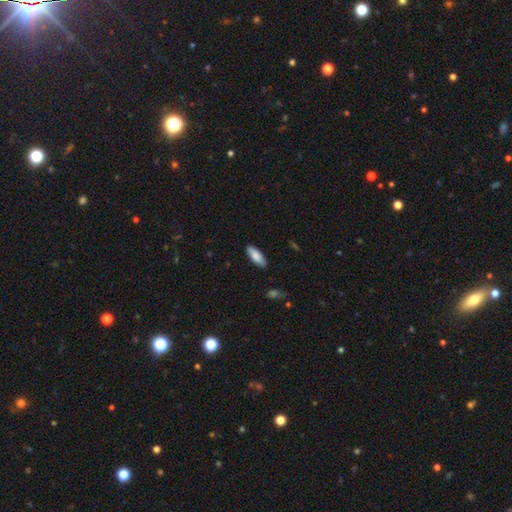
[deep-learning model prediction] Morphology: type=smooth (84%); roundness=in between (72%); merging=none (86%).